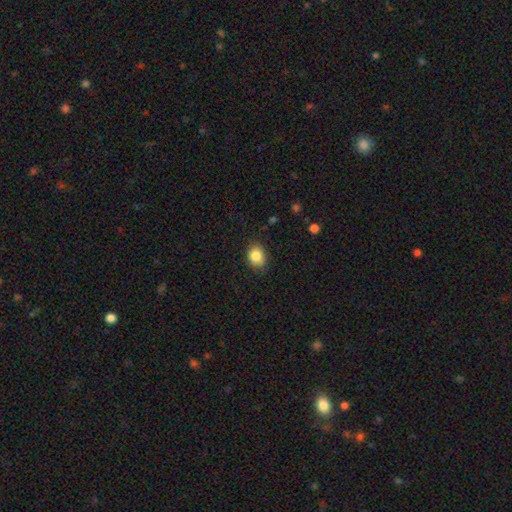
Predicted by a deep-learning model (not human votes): Morphology: type=smooth (85%); roundness=in between (51%); merging=none (77%).